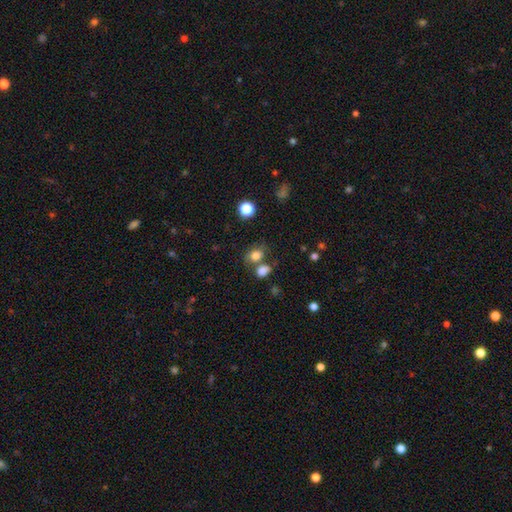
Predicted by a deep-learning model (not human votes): The model was most divided on "how rounded": in between: 57%, round: 42%, cigar-shaped: 1%. More confident: smooth or featured — smooth (78%); merging — none (51%).